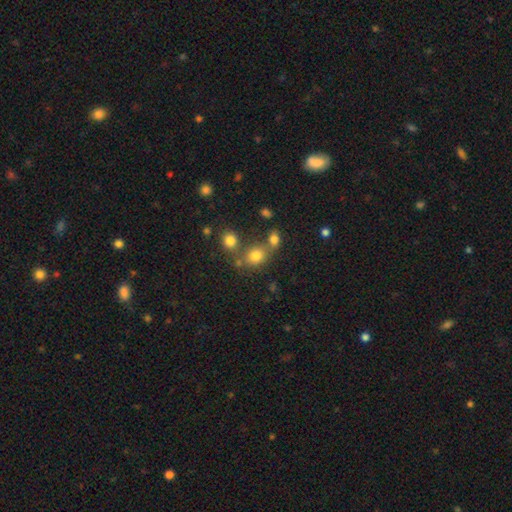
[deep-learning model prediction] smooth_or_featured: smooth (p=0.77) [alt: star or artifact p=0.14]
how_rounded: round (p=0.56) [alt: in between p=0.43]
merging: none (p=0.52) [alt: merger p=0.31]